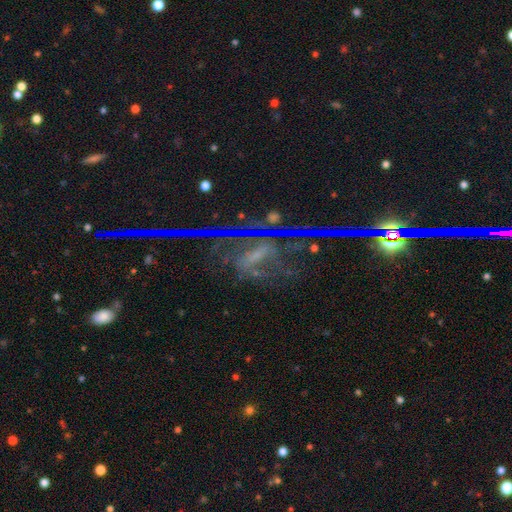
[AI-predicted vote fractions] Morphology: type=star or artifact (43%).